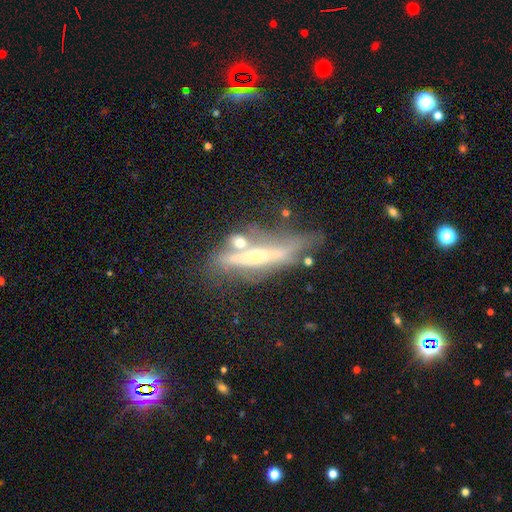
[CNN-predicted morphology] Smooth or featured: featured or disk — 75% (smooth — 17%)
Edge-on disk: yes — 81% (no — 19%)
Edge-on bulge: rounded — 81% (none — 14%)
Merging: none — 46% (minor disturbance — 22%)